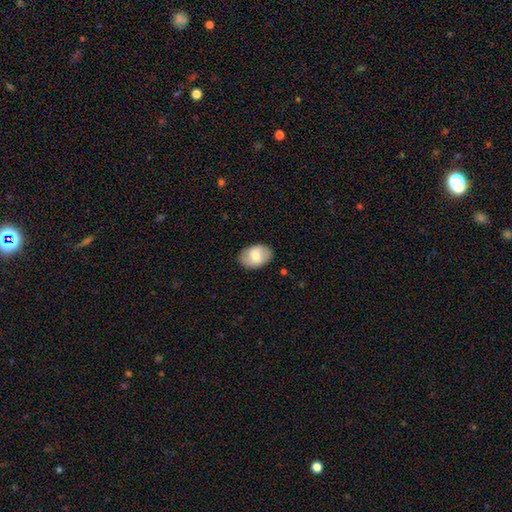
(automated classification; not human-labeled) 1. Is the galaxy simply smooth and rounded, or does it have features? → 68% smooth, 26% featured or disk, 6% star or artifact.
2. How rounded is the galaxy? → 86% in between, 13% round, 1% cigar-shaped.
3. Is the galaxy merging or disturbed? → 85% none, 11% minor disturbance, 3% major disturbance, 1% merger.